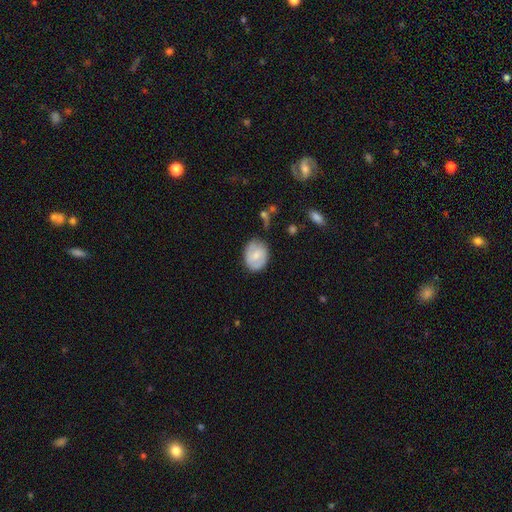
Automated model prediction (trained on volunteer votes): A smooth galaxy with no disk features (56%) that is in between round and cigar-shaped (56%).

Vote fractions:
- Smooth or featured? smooth: 56% / featured or disk: 37% / star or artifact: 7%
- How rounded? in between: 56% / round: 43% / cigar-shaped: 1%
- Merging? none: 66% / minor disturbance: 25% / major disturbance: 6% / merger: 2%